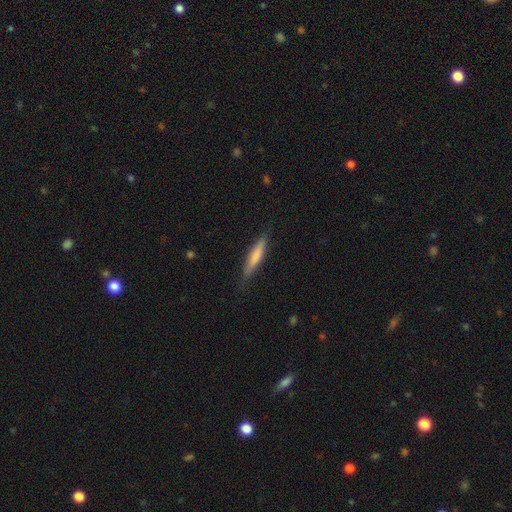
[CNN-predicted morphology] The model was most divided on "smooth or featured": smooth: 73%, featured or disk: 22%, star or artifact: 5%. More confident: how rounded — cigar-shaped (87%); merging — none (84%).